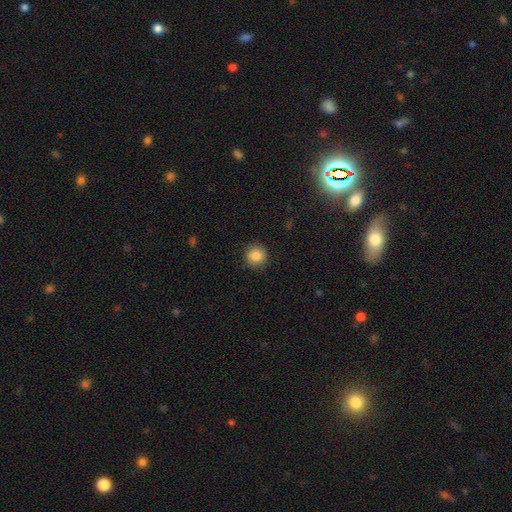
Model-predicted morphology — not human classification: Q: Smooth or featured?
A: smooth (87%); runner-up: star or artifact (9%)
Q: How rounded?
A: round (93%); runner-up: in between (6%)
Q: Merging?
A: none (89%); runner-up: minor disturbance (7%)